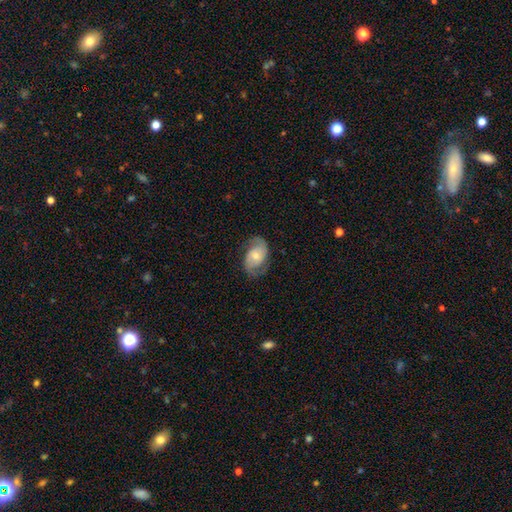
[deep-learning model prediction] Smooth or featured?
  - featured or disk: 74% *
  - smooth: 20%
  - star or artifact: 6%
Edge-on disk?
  - no: 97% *
  - yes: 3%
Bar?
  - no: 60% *
  - weak: 32%
  - strong: 8%
Spiral arms?
  - yes: 93% *
  - no: 7%
Spiral winding?
  - medium: 47% *
  - loose: 29%
  - tight: 24%
Spiral arm count?
  - 2: 89% *
  - can't tell: 5%
  - 1: 2%
  - 3: 1%
  - 4: 1%
  - more than 4: 1%
Bulge size?
  - moderate: 49% *
  - small: 43%
  - large: 5%
  - none: 2%
  - dominant: 1%
Merging?
  - none: 74% *
  - minor disturbance: 17%
  - major disturbance: 8%
  - merger: 1%